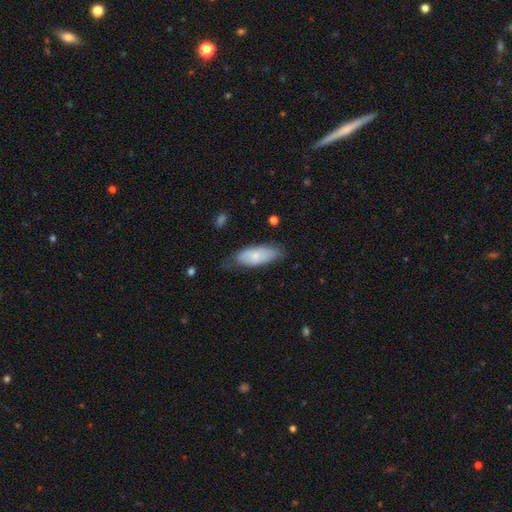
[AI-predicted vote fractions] Smooth or featured: smooth — 69% (featured or disk — 25%)
How rounded: in between — 78% (cigar-shaped — 19%)
Merging: none — 62% (minor disturbance — 29%)